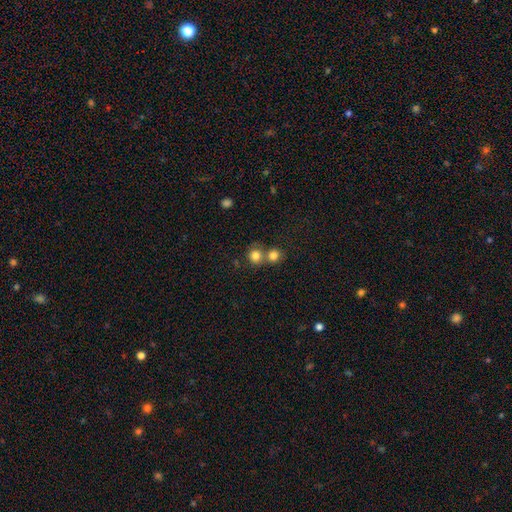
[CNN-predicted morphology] smooth-or-featured: smooth: 81% | star or artifact: 11% | featured or disk: 8%
  how-rounded: round: 87% | in between: 12% | cigar-shaped: 1%
  merging: none: 48% | merger: 43% | minor disturbance: 7% | major disturbance: 3%